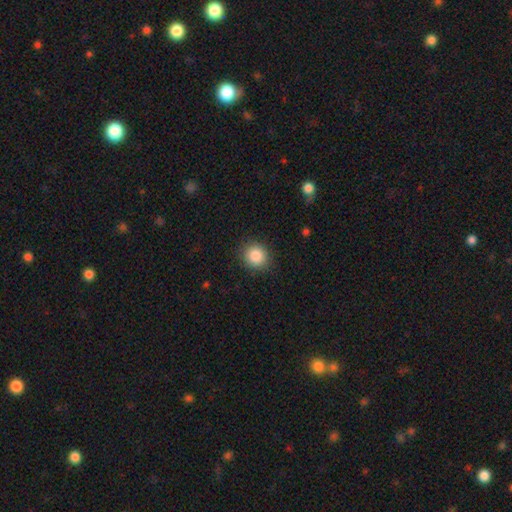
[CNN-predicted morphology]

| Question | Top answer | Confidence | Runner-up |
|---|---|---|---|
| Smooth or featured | smooth | 87% | star or artifact (9%) |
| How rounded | round | 85% | in between (14%) |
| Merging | none | 89% | minor disturbance (7%) |